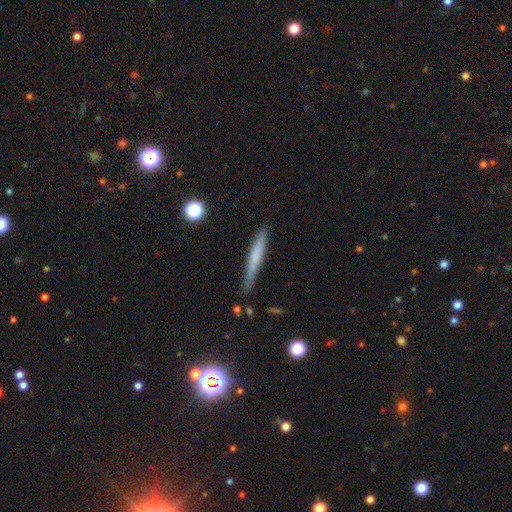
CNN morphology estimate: A smooth galaxy with no disk features (61%) that is cigar-shaped (95%).

Vote fractions:
- Smooth or featured? smooth: 61% / featured or disk: 32% / star or artifact: 7%
- How rounded? cigar-shaped: 95% / in between: 3% / round: 1%
- Merging? none: 82% / minor disturbance: 14% / major disturbance: 2% / merger: 2%